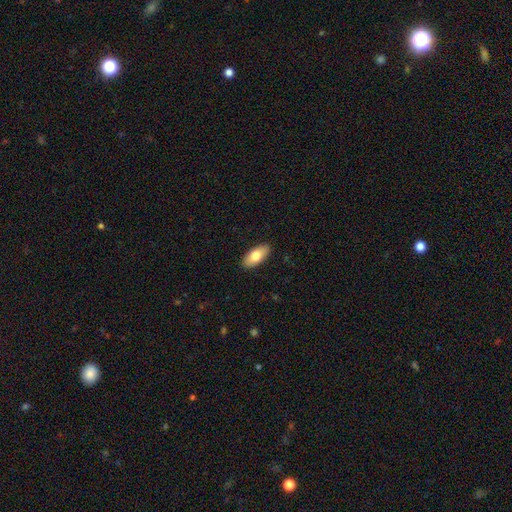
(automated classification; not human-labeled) This appears to be a smooth galaxy with no disk features (77%) that is in between round and cigar-shaped (89%). Merging: none (90%).